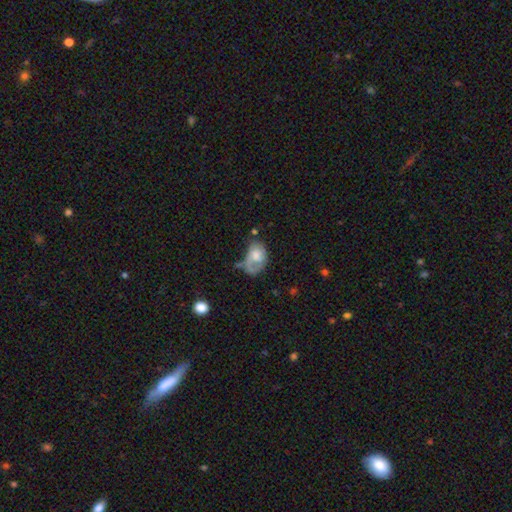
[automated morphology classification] Q: Smooth or featured?
A: smooth (51%); runner-up: featured or disk (42%)
Q: How rounded?
A: in between (84%); runner-up: round (15%)
Q: Merging?
A: major disturbance (33%); runner-up: none (30%)